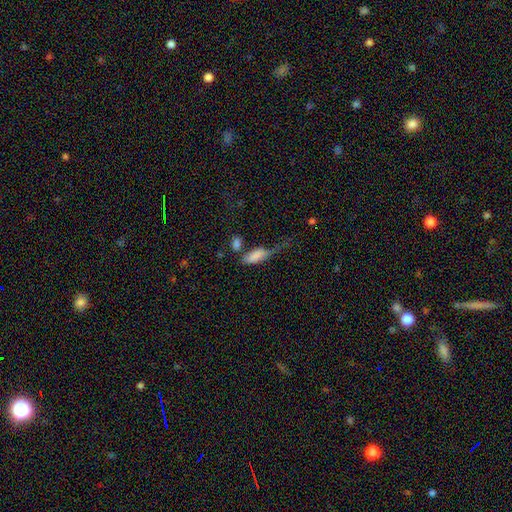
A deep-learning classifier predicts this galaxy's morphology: This appears to be a smooth galaxy with no disk features (78%) that is in between round and cigar-shaped (78%). Merging: major disturbance (35%).